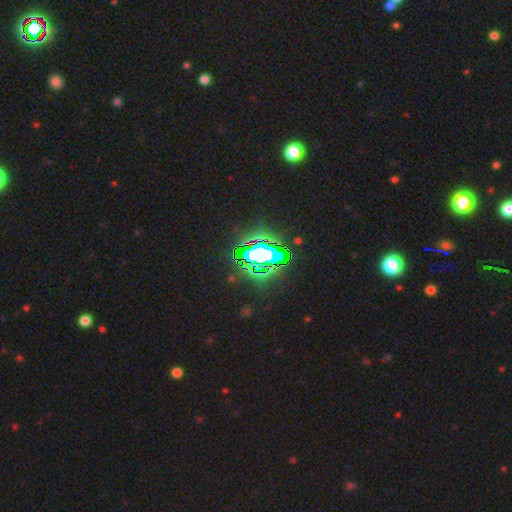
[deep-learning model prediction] Morphology: type=star or artifact (76%).